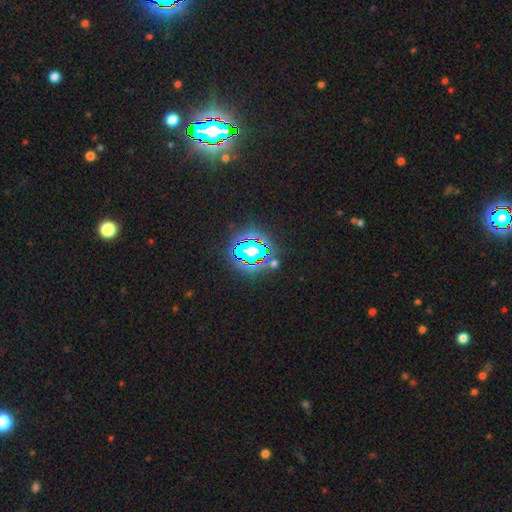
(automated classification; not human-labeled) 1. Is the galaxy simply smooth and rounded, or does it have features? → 78% star or artifact, 12% smooth, 10% featured or disk.